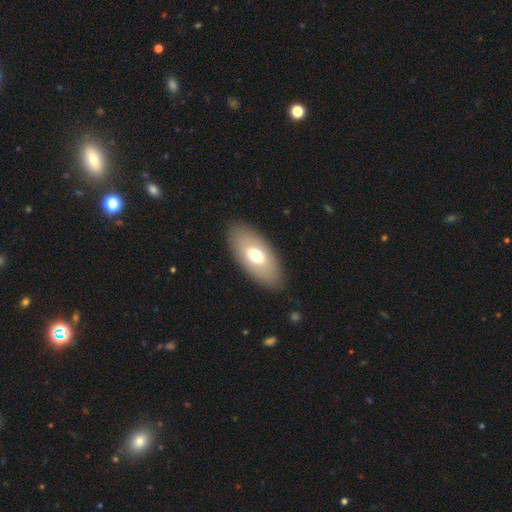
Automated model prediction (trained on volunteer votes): The model was most divided on "smooth or featured": smooth: 64%, featured or disk: 29%, star or artifact: 7%. More confident: how rounded — in between (91%); merging — none (87%).